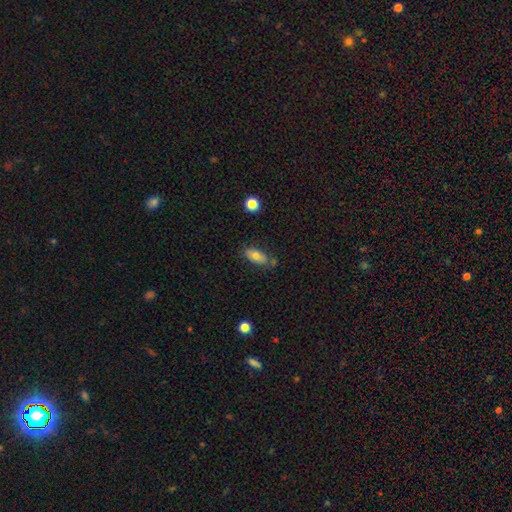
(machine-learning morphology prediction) Smooth or featured: smooth — 75% (featured or disk — 17%)
How rounded: in between — 84% (cigar-shaped — 12%)
Merging: none — 68% (minor disturbance — 19%)